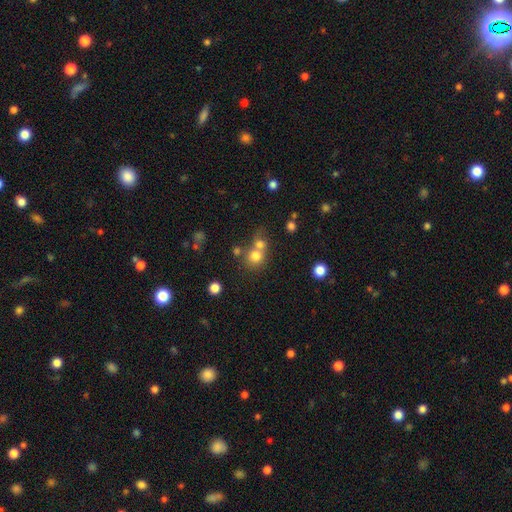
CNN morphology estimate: Q: Smooth or featured?
A: smooth (76%); runner-up: star or artifact (14%)
Q: How rounded?
A: round (86%); runner-up: in between (13%)
Q: Merging?
A: merger (45%); tied with: none (45%)